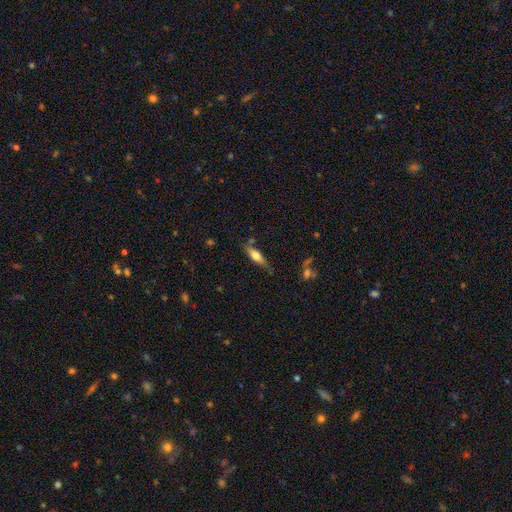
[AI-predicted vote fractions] Morphology: type=smooth (52%); roundness=cigar-shaped (58%); merging=none (67%).